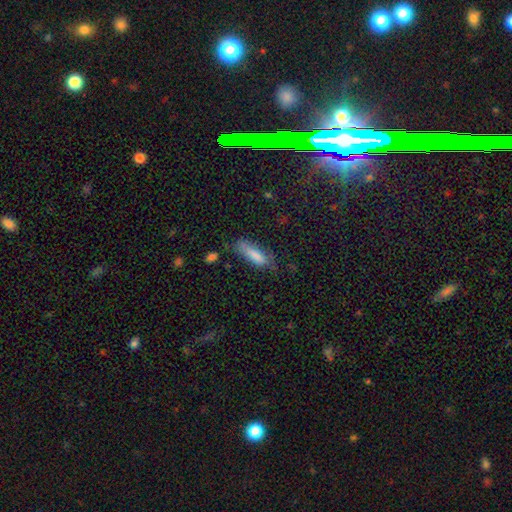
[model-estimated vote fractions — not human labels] Smooth or featured: smooth — 79% (featured or disk — 13%)
How rounded: cigar-shaped — 58% (in between — 40%)
Merging: none — 54% (minor disturbance — 30%)